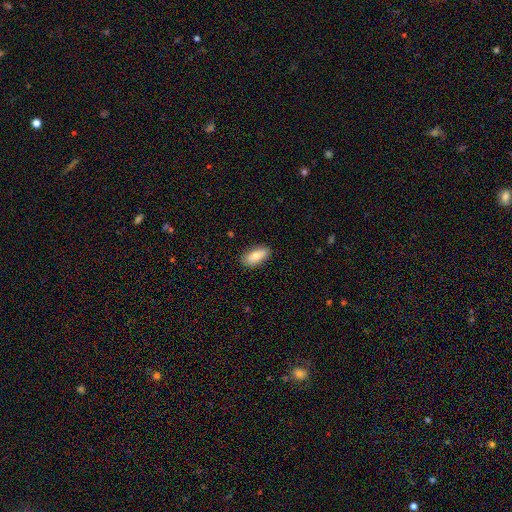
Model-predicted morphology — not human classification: This appears to be a smooth galaxy with no disk features (78%) that is in between round and cigar-shaped (88%). Merging: none (88%).